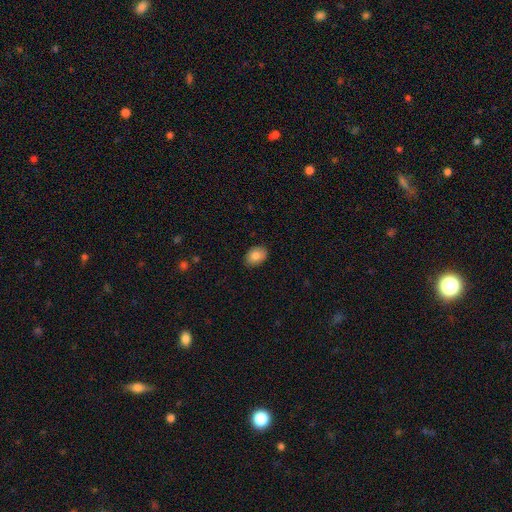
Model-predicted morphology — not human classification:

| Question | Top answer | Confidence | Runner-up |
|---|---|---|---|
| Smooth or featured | smooth | 82% | featured or disk (10%) |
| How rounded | in between | 78% | round (21%) |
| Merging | none | 85% | minor disturbance (12%) |